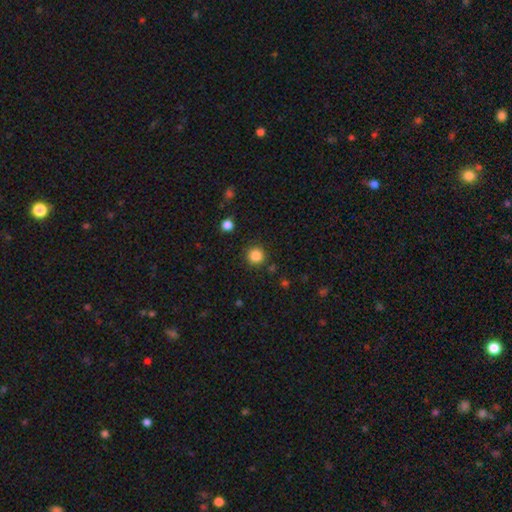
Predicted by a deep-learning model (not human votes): The model was most divided on "smooth or featured": smooth: 85%, star or artifact: 11%, featured or disk: 4%. More confident: how rounded — round (94%); merging — none (90%).